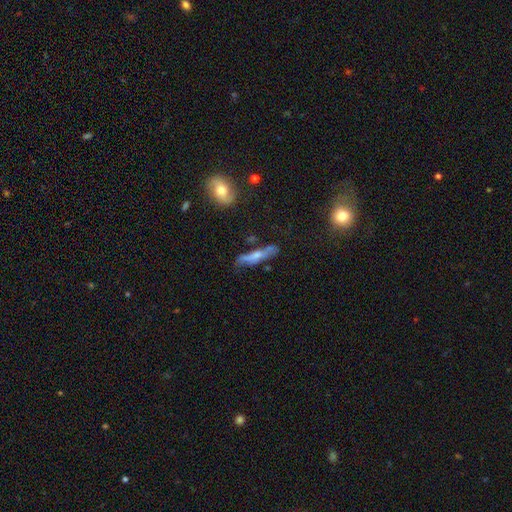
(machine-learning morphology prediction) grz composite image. It shows a smooth galaxy with no disk features (51%) that is cigar-shaped (82%). Merging: none (65%).